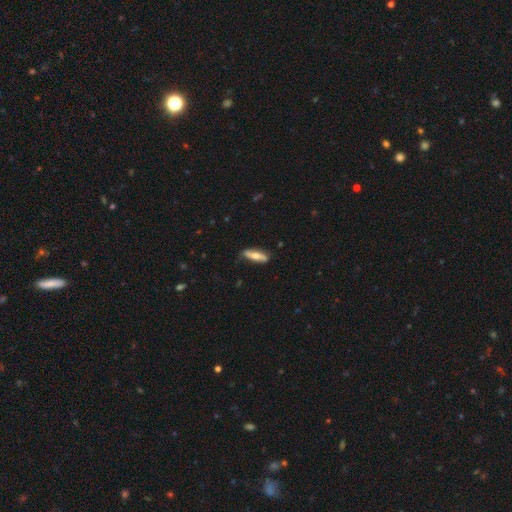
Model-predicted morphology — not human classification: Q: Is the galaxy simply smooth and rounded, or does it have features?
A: smooth — 53%.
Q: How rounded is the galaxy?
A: cigar-shaped — 60%.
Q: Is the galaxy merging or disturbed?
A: none — 80%.